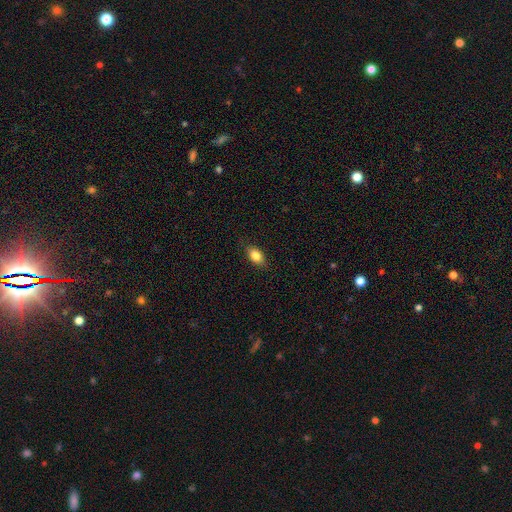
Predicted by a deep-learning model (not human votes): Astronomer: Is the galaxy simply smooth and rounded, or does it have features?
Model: smooth — 83%.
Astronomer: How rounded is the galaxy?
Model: in between — 87%.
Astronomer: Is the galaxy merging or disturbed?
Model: none — 84%.